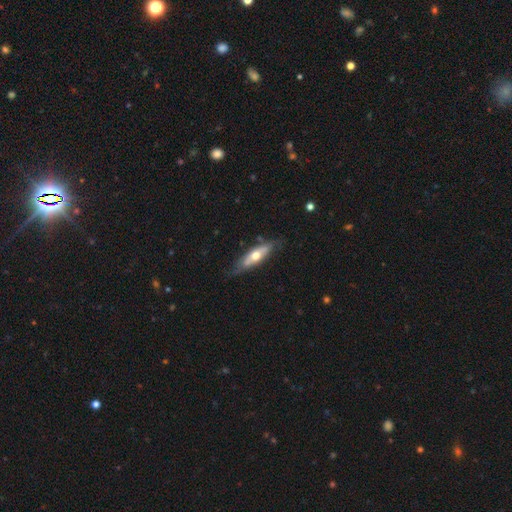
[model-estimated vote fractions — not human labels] This is possibly a featured or disk galaxy (53%). It is possibly viewed edge-on (53%). Merging: likely none (70%).